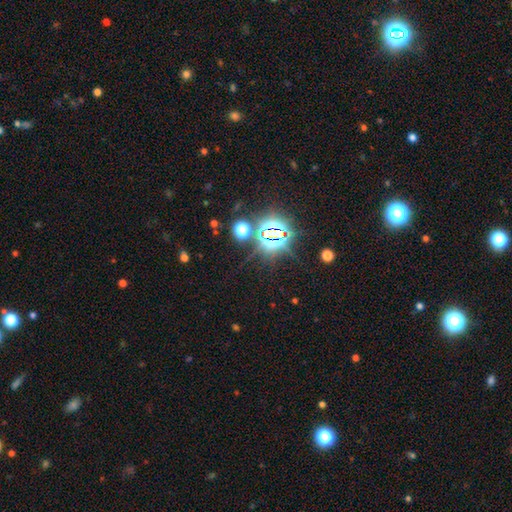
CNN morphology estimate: This is clearly a star or artifact rather than a galaxy (82%).